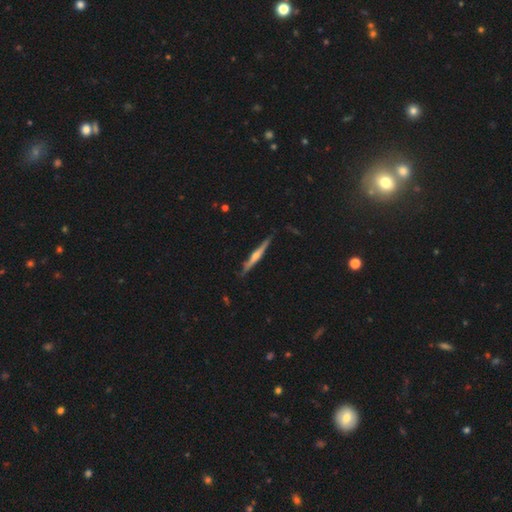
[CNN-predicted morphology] This is likely a featured or disk galaxy (69%). It is clearly viewed edge-on (98%). Edge-on bulge: likely rounded (74%). Merging: clearly none (85%).